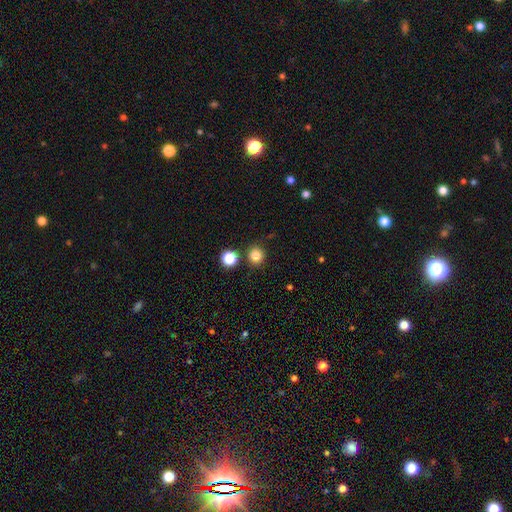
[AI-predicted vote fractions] A smooth galaxy with no disk features (83%) that is round (90%).

Vote fractions:
- Smooth or featured? smooth: 83% / star or artifact: 13% / featured or disk: 4%
- How rounded? round: 90% / in between: 10% / cigar-shaped: 1%
- Merging? none: 85% / minor disturbance: 8% / merger: 5% / major disturbance: 3%